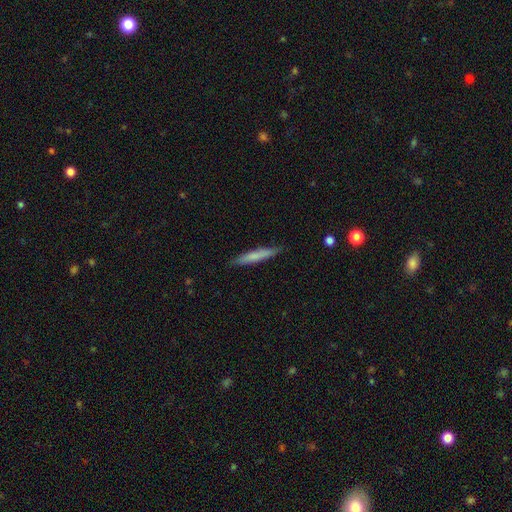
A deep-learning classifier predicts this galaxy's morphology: smooth_or_featured: smooth (p=0.69) [alt: featured or disk p=0.25]
how_rounded: cigar-shaped (p=0.94) [alt: in between p=0.04]
merging: none (p=0.88) [alt: minor disturbance p=0.09]